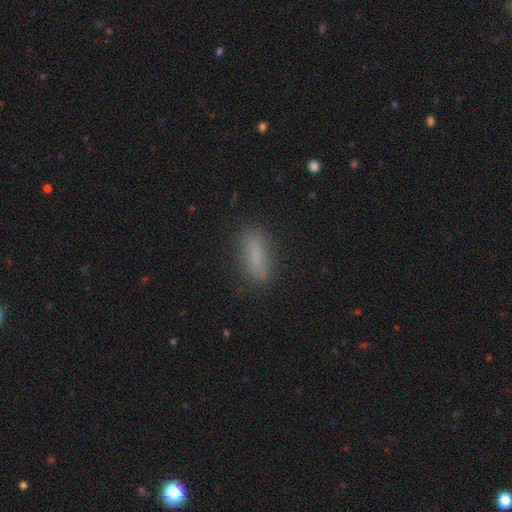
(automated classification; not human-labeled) Morphology: type=smooth (80%); roundness=cigar-shaped (54%); merging=none (84%).